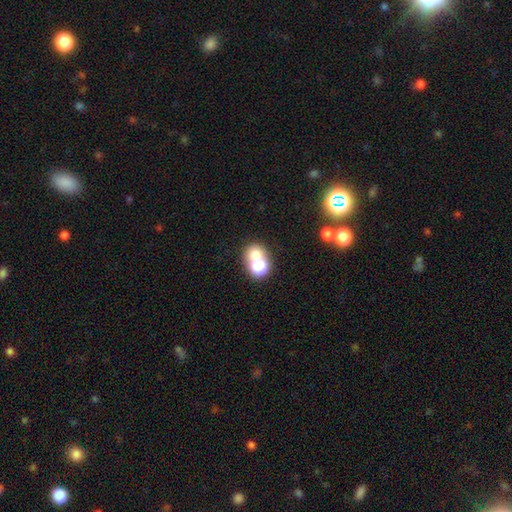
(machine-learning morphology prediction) A smooth galaxy with no disk features (67%) that is round (70%).

Vote fractions:
- Smooth or featured? smooth: 67% / featured or disk: 17% / star or artifact: 15%
- How rounded? round: 70% / in between: 29% / cigar-shaped: 1%
- Merging? merger: 55% / none: 35% / minor disturbance: 6% / major disturbance: 4%